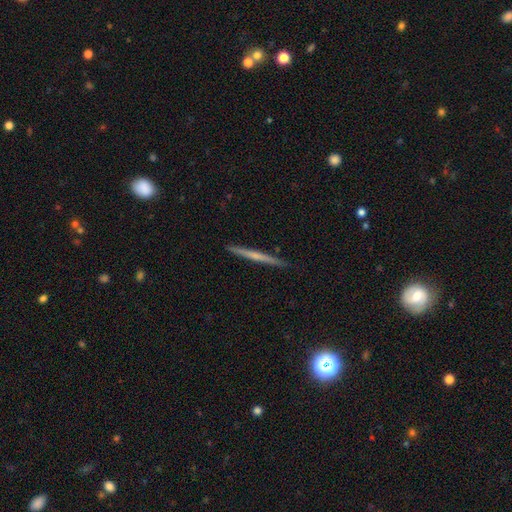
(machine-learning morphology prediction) A featured or disk galaxy (51%) viewed edge-on (97%) with no central bulge (75%).

Vote fractions:
- Smooth or featured? featured or disk: 51% / smooth: 43% / star or artifact: 6%
- Edge-on disk? yes: 97% / no: 3%
- Edge-on bulge? none: 75% / rounded: 19% / boxy: 6%
- Merging? none: 92% / minor disturbance: 6% / major disturbance: 1% / merger: 1%